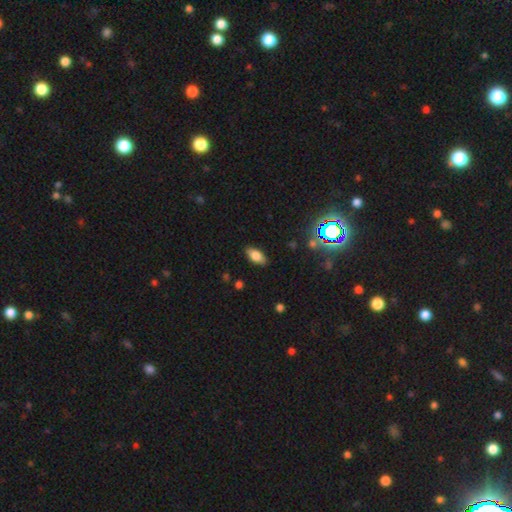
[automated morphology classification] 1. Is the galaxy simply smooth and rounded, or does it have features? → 76% smooth, 12% star or artifact, 12% featured or disk.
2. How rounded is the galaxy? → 91% in between, 6% cigar-shaped, 4% round.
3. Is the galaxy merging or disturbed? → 86% none, 10% minor disturbance, 2% major disturbance, 1% merger.